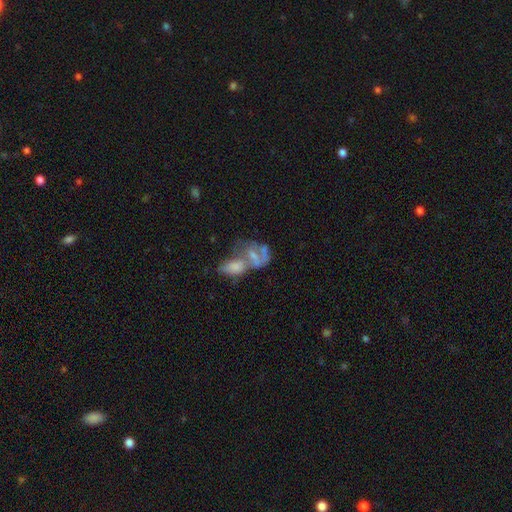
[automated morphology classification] Smooth or featured: smooth — 47% (featured or disk — 42%)
Merging: merger — 68% (major disturbance — 13%)